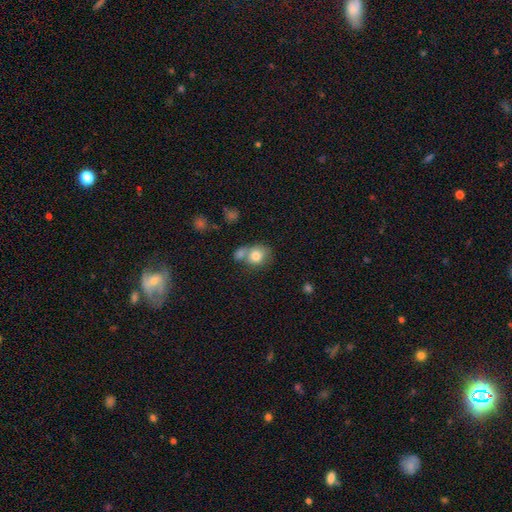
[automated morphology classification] type=smooth (80%); roundness=round (65%); merging=merger (42%).